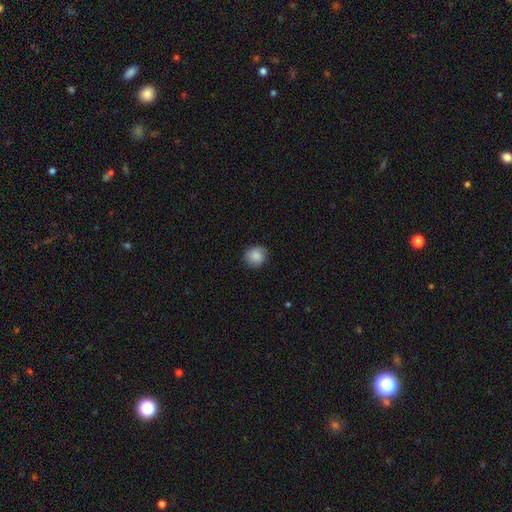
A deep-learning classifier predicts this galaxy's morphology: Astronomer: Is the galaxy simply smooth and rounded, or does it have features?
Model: smooth — 85%.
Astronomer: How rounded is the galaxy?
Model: round — 82%.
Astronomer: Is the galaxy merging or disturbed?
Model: none — 80%.